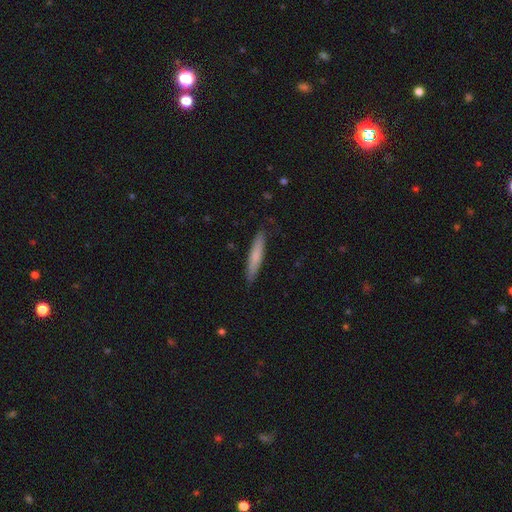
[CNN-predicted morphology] A smooth galaxy with no disk features (71%) that is cigar-shaped (93%).

Vote fractions:
- Smooth or featured? smooth: 71% / featured or disk: 23% / star or artifact: 5%
- How rounded? cigar-shaped: 93% / in between: 6% / round: 1%
- Merging? none: 87% / minor disturbance: 10% / major disturbance: 2% / merger: 1%